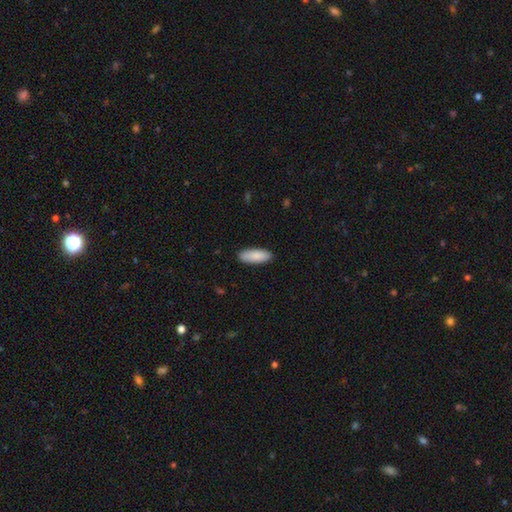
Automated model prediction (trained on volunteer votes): smooth 89%, featured or disk 6%, star or artifact 5%. Down the decision tree: how rounded — in between (72%); merging — none (89%).